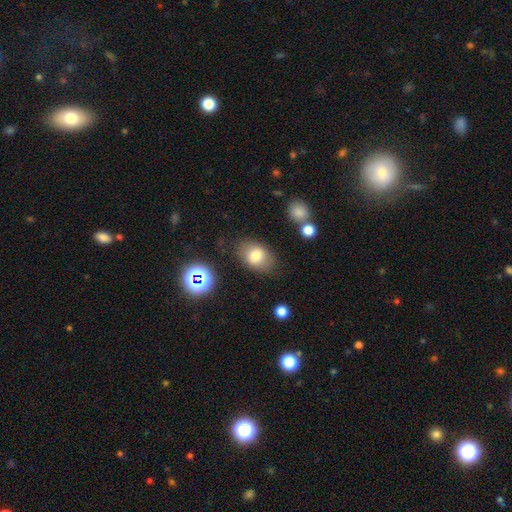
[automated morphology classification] smooth_or_featured: smooth (p=0.76) [alt: featured or disk p=0.13]
how_rounded: in between (p=0.76) [alt: round p=0.23]
merging: none (p=0.76) [alt: minor disturbance p=0.15]